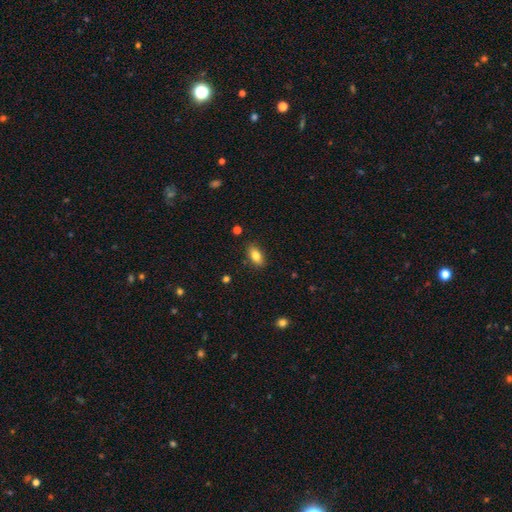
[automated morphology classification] Smooth or featured: smooth — 82% (featured or disk — 10%)
How rounded: in between — 88% (cigar-shaped — 6%)
Merging: none — 86% (minor disturbance — 11%)